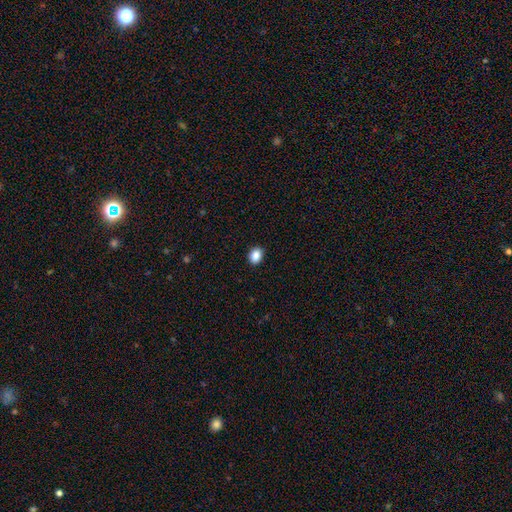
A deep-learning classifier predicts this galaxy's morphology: A smooth galaxy with no disk features (88%) that is in between round and cigar-shaped (62%).

Vote fractions:
- Smooth or featured? smooth: 88% / star or artifact: 9% / featured or disk: 4%
- How rounded? in between: 62% / round: 37% / cigar-shaped: 1%
- Merging? none: 91% / minor disturbance: 6% / major disturbance: 2% / merger: 1%